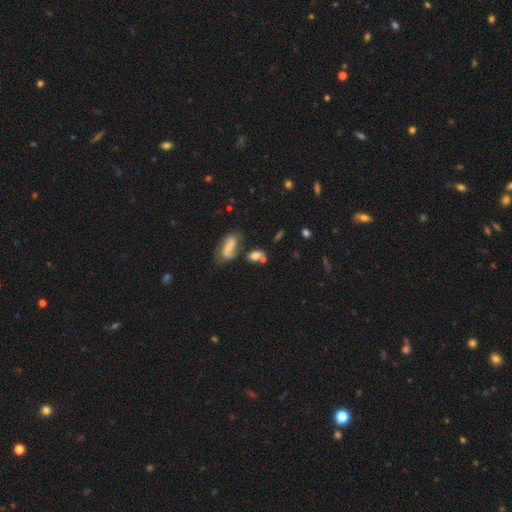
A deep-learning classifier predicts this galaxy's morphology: The model was most divided on "merging": none: 45%, merger: 29%, minor disturbance: 16%, major disturbance: 9%. More confident: how rounded — in between (65%); smooth or featured — smooth (64%).